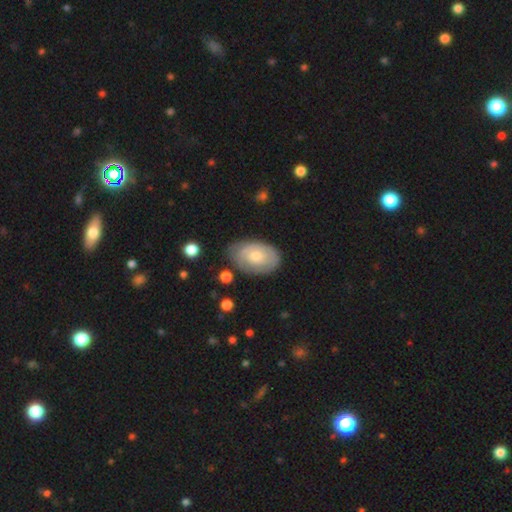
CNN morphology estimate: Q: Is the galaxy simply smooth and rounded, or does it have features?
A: featured or disk — 49%.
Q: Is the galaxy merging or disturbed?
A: none — 70%.